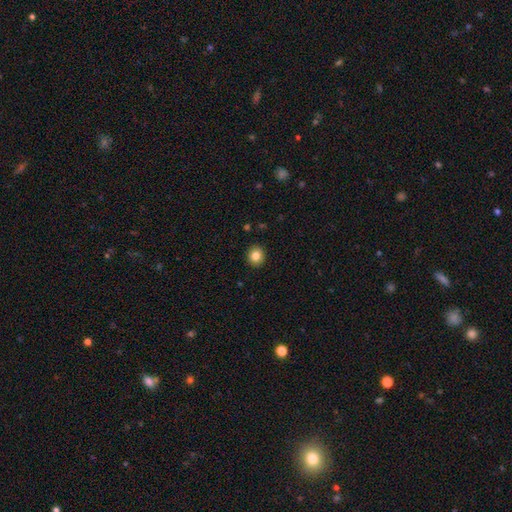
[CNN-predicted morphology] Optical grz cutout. It shows a smooth galaxy with no disk features (84%) that is round (82%). Merging: none (92%).